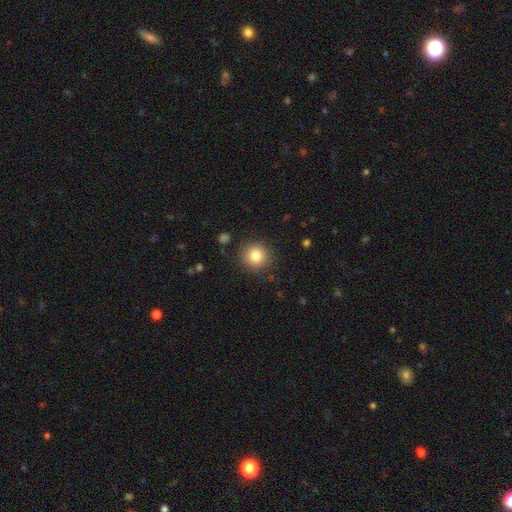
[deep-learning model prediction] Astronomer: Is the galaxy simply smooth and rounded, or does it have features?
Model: smooth — 82%.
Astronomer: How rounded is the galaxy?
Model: round — 93%.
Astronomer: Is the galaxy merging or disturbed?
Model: none — 88%.